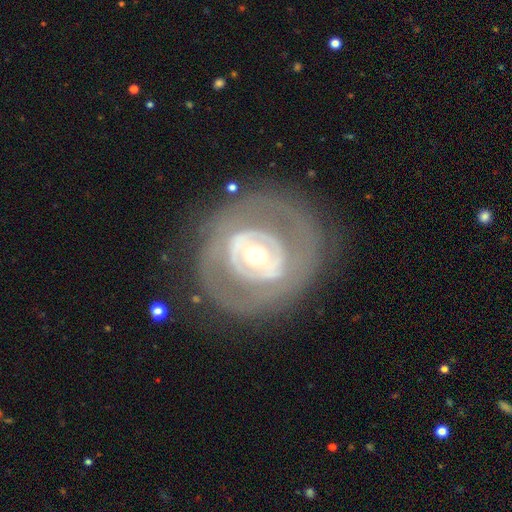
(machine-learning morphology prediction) smooth_or_featured: featured or disk (p=0.73) [alt: smooth p=0.22]
disk_edge_on: no (p=0.95) [alt: yes p=0.05]
bar: no (p=0.60) [alt: weak p=0.24]
has_spiral_arms: no (p=0.72) [alt: yes p=0.28]
bulge_size: moderate (p=0.51) [alt: small p=0.40]
merging: none (p=0.76) [alt: minor disturbance p=0.12]